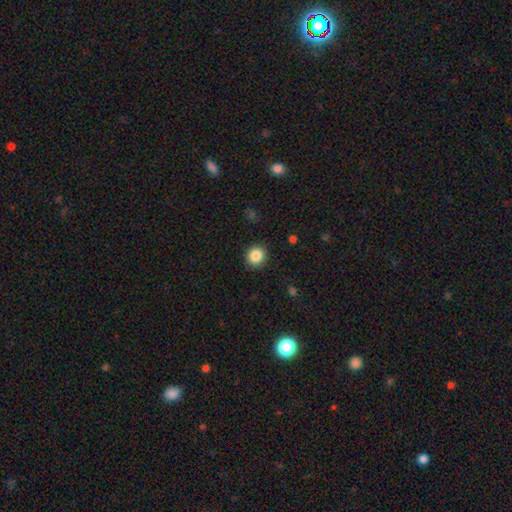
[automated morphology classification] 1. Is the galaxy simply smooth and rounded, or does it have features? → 86% smooth, 10% star or artifact, 4% featured or disk.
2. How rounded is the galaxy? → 88% round, 12% in between, 1% cigar-shaped.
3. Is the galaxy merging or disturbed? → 91% none, 6% minor disturbance, 2% major disturbance, 1% merger.